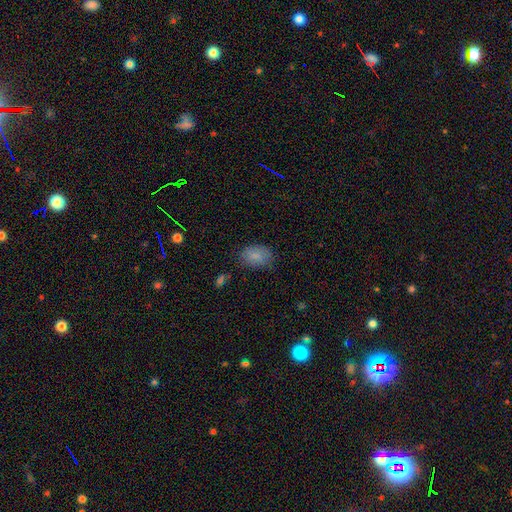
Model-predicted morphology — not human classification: Smooth or featured: smooth — 84% (star or artifact — 9%)
How rounded: in between — 79% (round — 20%)
Merging: none — 72% (minor disturbance — 21%)